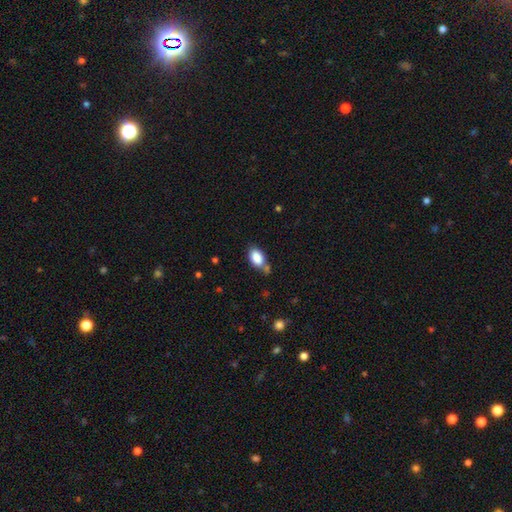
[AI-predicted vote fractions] A smooth galaxy with no disk features (86%) that is in between round and cigar-shaped (91%).

Vote fractions:
- Smooth or featured? smooth: 86% / star or artifact: 8% / featured or disk: 6%
- How rounded? in between: 91% / round: 7% / cigar-shaped: 2%
- Merging? none: 61% / minor disturbance: 21% / merger: 13% / major disturbance: 5%